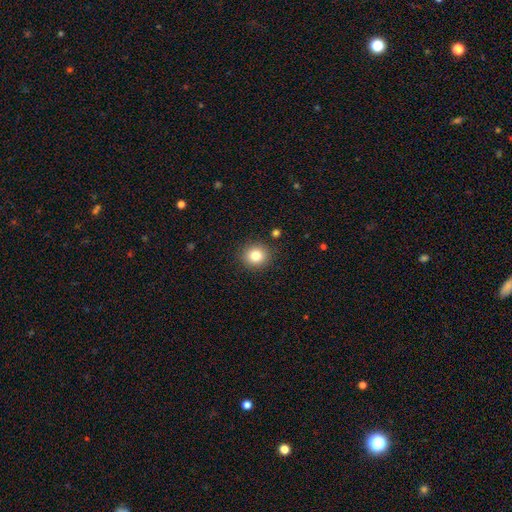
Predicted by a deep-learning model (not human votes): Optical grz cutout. It shows a smooth galaxy with no disk features (81%) that is round (88%). Merging: none (89%).